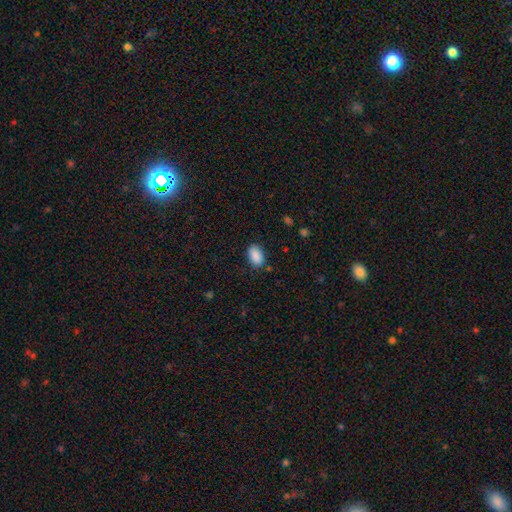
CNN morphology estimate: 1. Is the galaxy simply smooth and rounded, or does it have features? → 89% smooth, 7% star or artifact, 4% featured or disk.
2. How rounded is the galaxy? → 91% in between, 8% round, 2% cigar-shaped.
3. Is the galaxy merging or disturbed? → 83% none, 12% minor disturbance, 3% major disturbance, 2% merger.